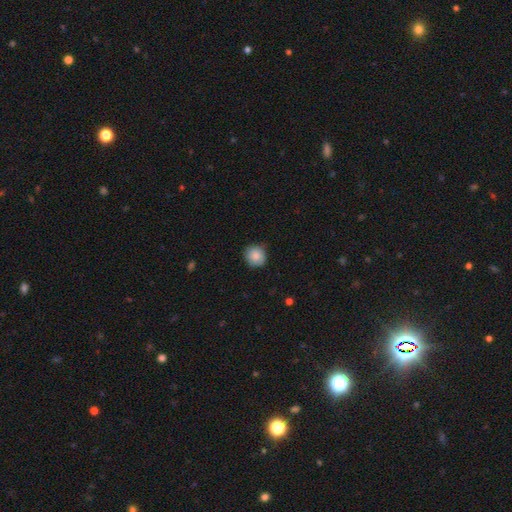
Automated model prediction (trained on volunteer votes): smooth-or-featured: smooth: 86% | star or artifact: 8% | featured or disk: 6%
  how-rounded: round: 90% | in between: 9% | cigar-shaped: 1%
  merging: none: 80% | minor disturbance: 16% | major disturbance: 2% | merger: 1%